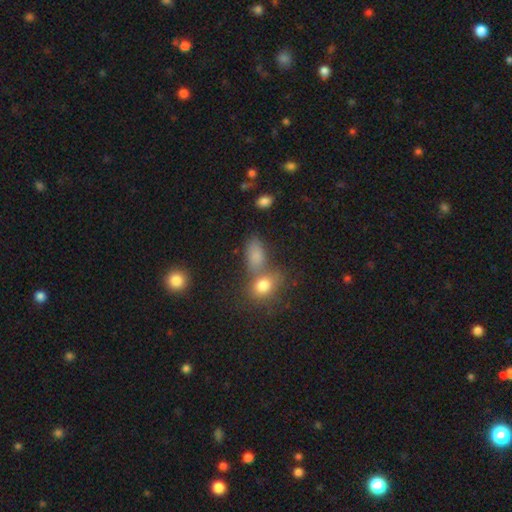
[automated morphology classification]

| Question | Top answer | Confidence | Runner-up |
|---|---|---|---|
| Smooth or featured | smooth | 78% | star or artifact (13%) |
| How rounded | in between | 84% | round (12%) |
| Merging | none | 51% | merger (28%) |